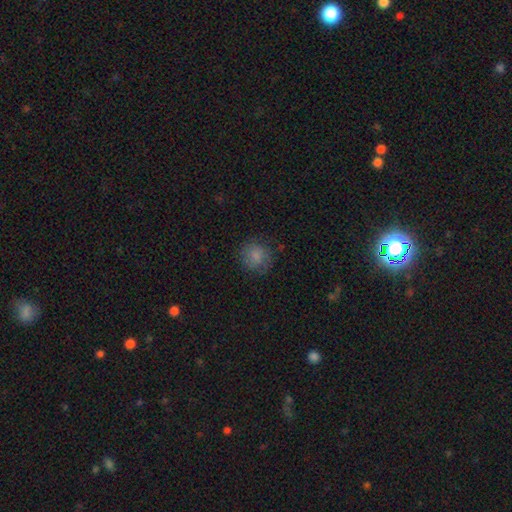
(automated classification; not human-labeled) Overall: smooth (80%). How rounded: round (86%). Merging: none (76%).